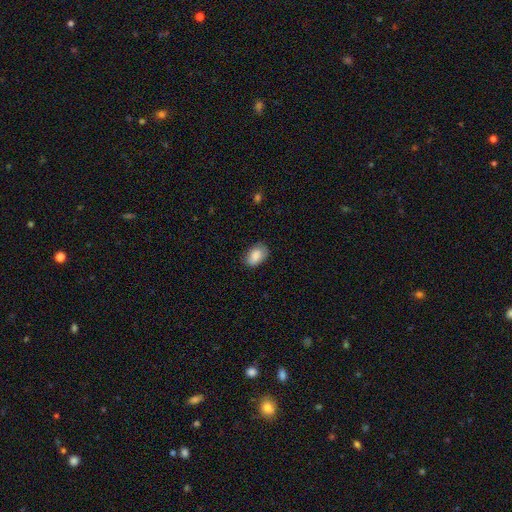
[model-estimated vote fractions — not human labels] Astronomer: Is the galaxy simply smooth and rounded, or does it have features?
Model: smooth — 87%.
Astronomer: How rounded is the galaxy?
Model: in between — 86%.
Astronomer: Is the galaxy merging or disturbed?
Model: none — 74%.